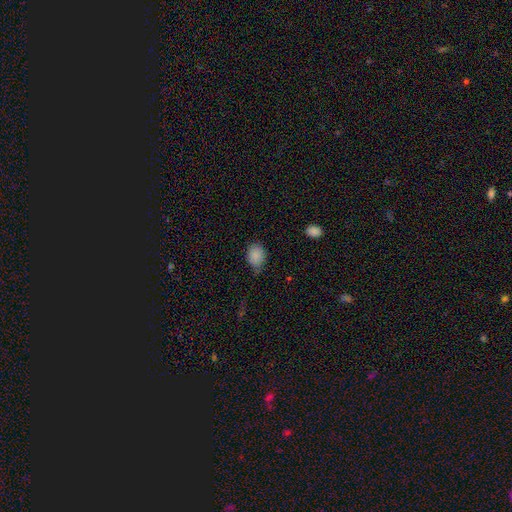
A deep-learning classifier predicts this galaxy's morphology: Smooth or featured?
  - smooth: 87% *
  - star or artifact: 9%
  - featured or disk: 4%
How rounded?
  - in between: 62% *
  - round: 37%
  - cigar-shaped: 1%
Merging?
  - none: 60% *
  - minor disturbance: 32%
  - major disturbance: 6%
  - merger: 3%